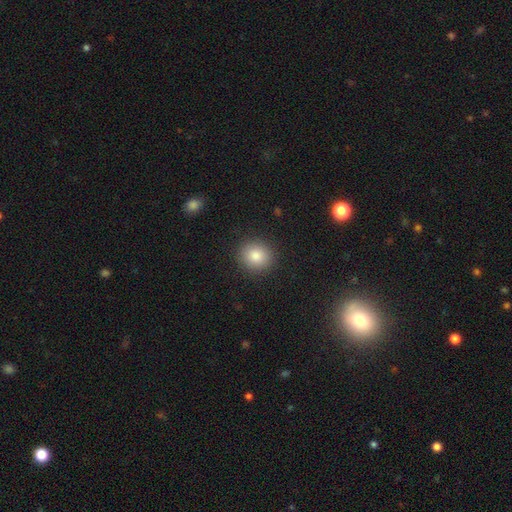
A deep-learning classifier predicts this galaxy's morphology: Smooth or featured?
  - smooth: 83% *
  - star or artifact: 10%
  - featured or disk: 7%
How rounded?
  - round: 80% *
  - in between: 19%
  - cigar-shaped: 1%
Merging?
  - none: 90% *
  - minor disturbance: 6%
  - major disturbance: 2%
  - merger: 1%